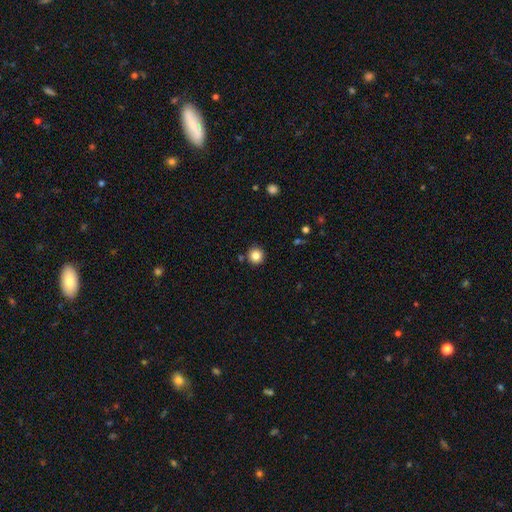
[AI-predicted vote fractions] Smooth or featured: smooth — 84% (star or artifact — 11%)
How rounded: round — 95% (in between — 4%)
Merging: none — 89% (minor disturbance — 6%)